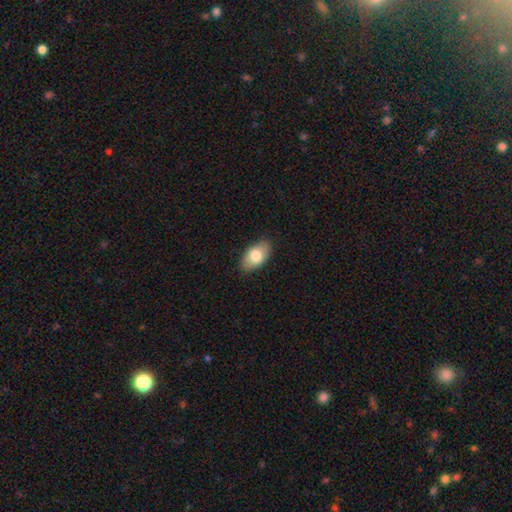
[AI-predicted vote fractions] A smooth galaxy with no disk features (79%) that is in between round and cigar-shaped (94%).

Vote fractions:
- Smooth or featured? smooth: 79% / featured or disk: 15% / star or artifact: 6%
- How rounded? in between: 94% / round: 4% / cigar-shaped: 2%
- Merging? none: 86% / minor disturbance: 11% / major disturbance: 2% / merger: 1%